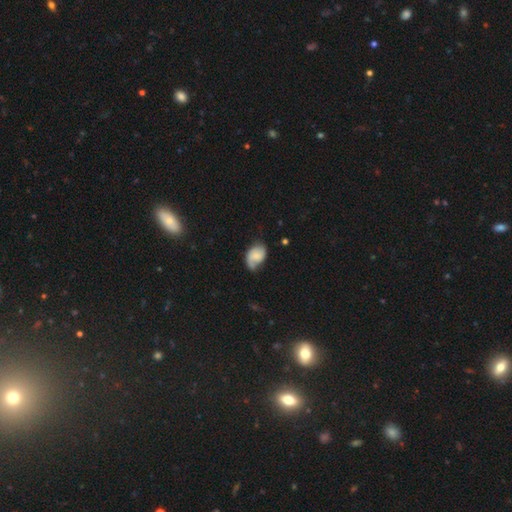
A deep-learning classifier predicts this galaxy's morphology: A smooth galaxy with no disk features (50%) that is in between round and cigar-shaped (83%). Merging: none (49%).